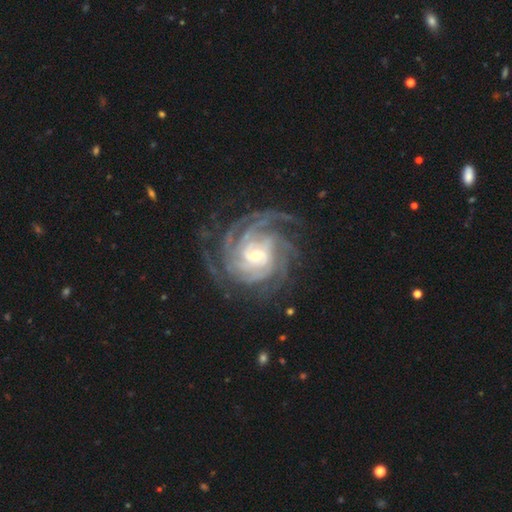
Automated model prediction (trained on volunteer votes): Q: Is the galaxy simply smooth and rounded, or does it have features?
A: featured or disk — 92%.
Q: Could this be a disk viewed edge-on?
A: no — 98%.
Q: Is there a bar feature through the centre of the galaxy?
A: no — 47%.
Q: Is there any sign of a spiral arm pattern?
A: yes — 98%.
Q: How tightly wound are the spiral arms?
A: tight — 73%.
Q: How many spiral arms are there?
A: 4 — 30%.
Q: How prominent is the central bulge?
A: small — 55%.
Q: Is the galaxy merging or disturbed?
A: none — 75%.